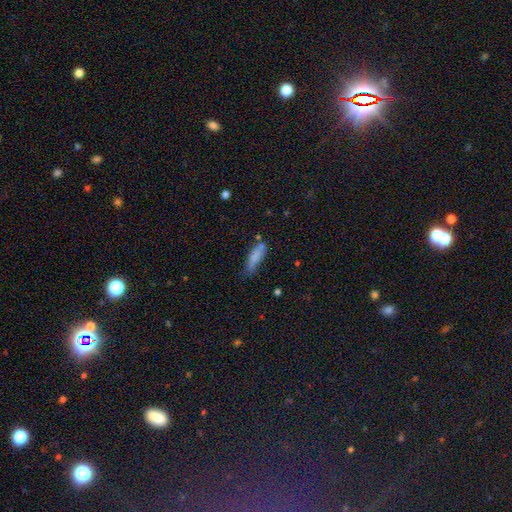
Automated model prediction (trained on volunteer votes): smooth_or_featured: smooth (p=0.80) [alt: featured or disk p=0.12]
how_rounded: cigar-shaped (p=0.56) [alt: in between p=0.42]
merging: none (p=0.51) [alt: minor disturbance p=0.32]